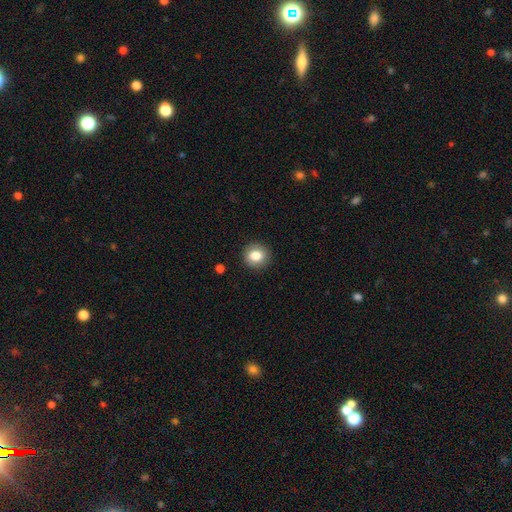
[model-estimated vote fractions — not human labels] smooth-or-featured: smooth: 82% | star or artifact: 9% | featured or disk: 9%
  how-rounded: round: 86% | in between: 14% | cigar-shaped: 1%
  merging: none: 90% | minor disturbance: 7% | major disturbance: 2% | merger: 1%